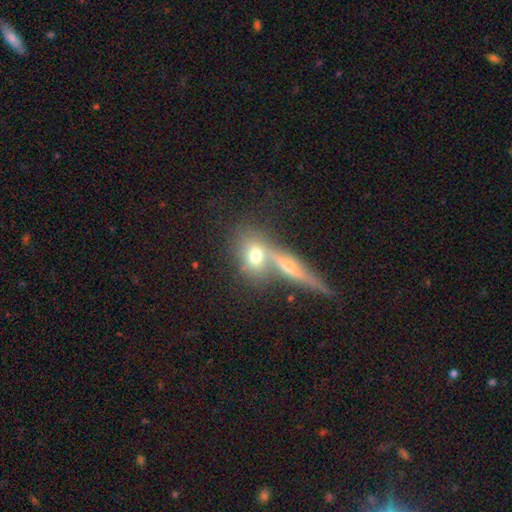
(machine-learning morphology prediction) Q: Smooth or featured?
A: smooth (60%); runner-up: featured or disk (27%)
Q: How rounded?
A: in between (48%); runner-up: round (42%)
Q: Merging?
A: merger (44%); runner-up: none (41%)